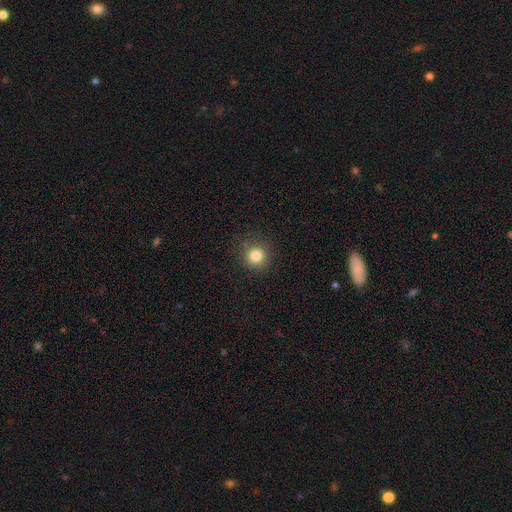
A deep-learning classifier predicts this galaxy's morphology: smooth 82%, star or artifact 12%, featured or disk 5%. Down the decision tree: how rounded — round (93%); merging — none (88%).